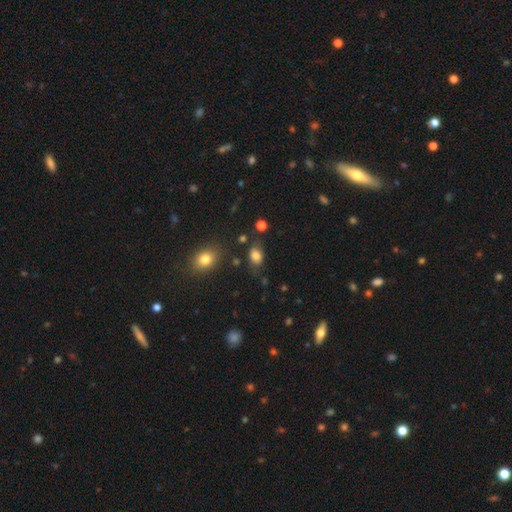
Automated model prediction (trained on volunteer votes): Morphology: type=smooth (81%); roundness=in between (81%); merging=none (71%).